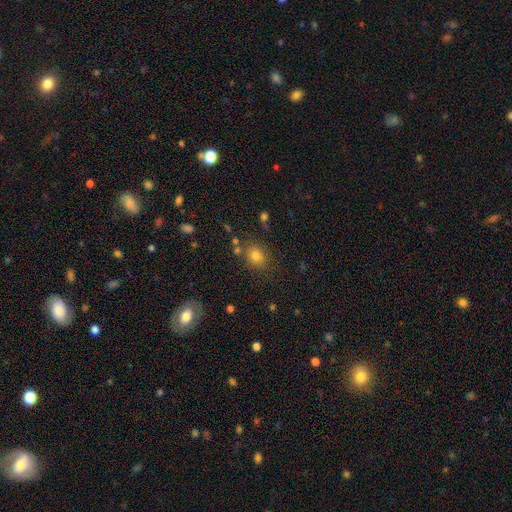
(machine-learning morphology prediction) This appears to be a smooth galaxy with no disk features (76%) that is round (63%). Merging: none (76%).